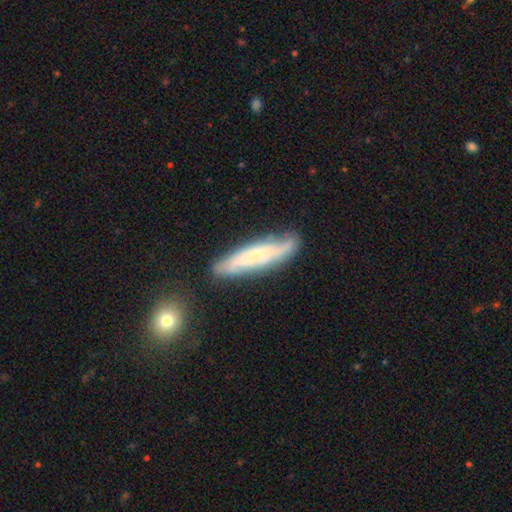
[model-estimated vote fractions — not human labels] This is possibly a featured or disk galaxy (55%). It is possibly not viewed edge-on (54%). Merging: likely none (70%).